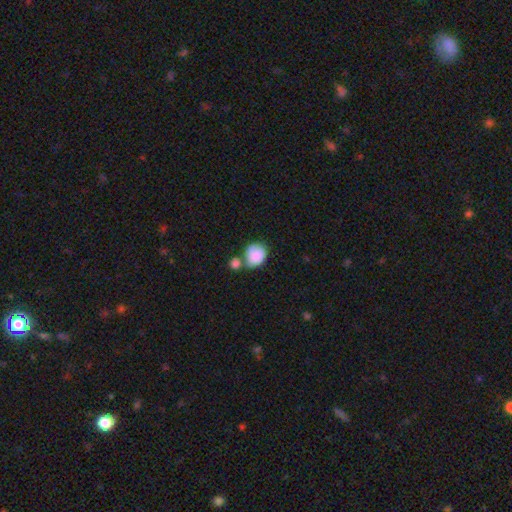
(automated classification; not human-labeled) Smooth or featured? smooth (83%)
How rounded? round (62%)
Merging? merger (40%)